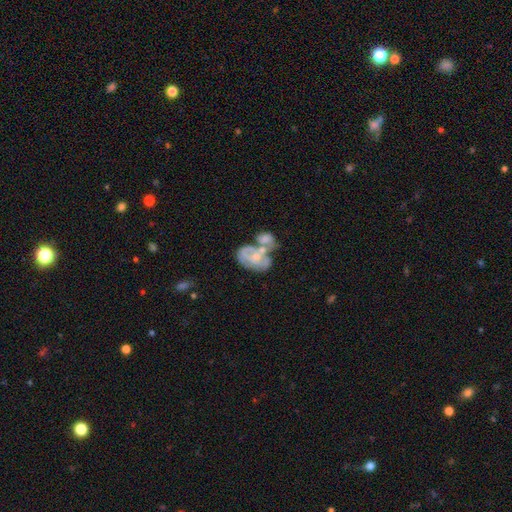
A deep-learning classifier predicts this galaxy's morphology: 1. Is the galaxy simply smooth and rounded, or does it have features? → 60% featured or disk, 33% smooth, 7% star or artifact.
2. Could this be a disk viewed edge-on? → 97% no, 3% yes.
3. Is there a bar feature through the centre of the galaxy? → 80% no, 16% weak, 4% strong.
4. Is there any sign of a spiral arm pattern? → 61% no, 39% yes.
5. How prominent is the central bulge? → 49% small, 41% moderate, 6% none, 2% large, 1% dominant.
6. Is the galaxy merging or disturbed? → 59% merger, 17% none, 13% minor disturbance, 11% major disturbance.